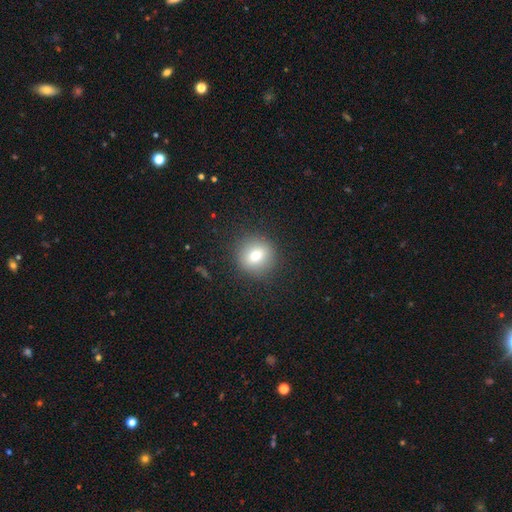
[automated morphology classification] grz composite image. It shows a smooth galaxy with no disk features (76%) that is round (87%). Merging: none (88%).